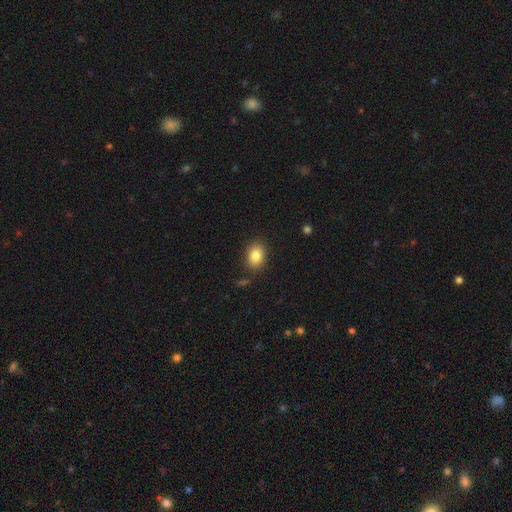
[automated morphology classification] A smooth galaxy with no disk features (84%) that is in between round and cigar-shaped (66%).

Vote fractions:
- Smooth or featured? smooth: 84% / star or artifact: 9% / featured or disk: 7%
- How rounded? in between: 66% / round: 33% / cigar-shaped: 1%
- Merging? none: 85% / minor disturbance: 10% / major disturbance: 3% / merger: 2%